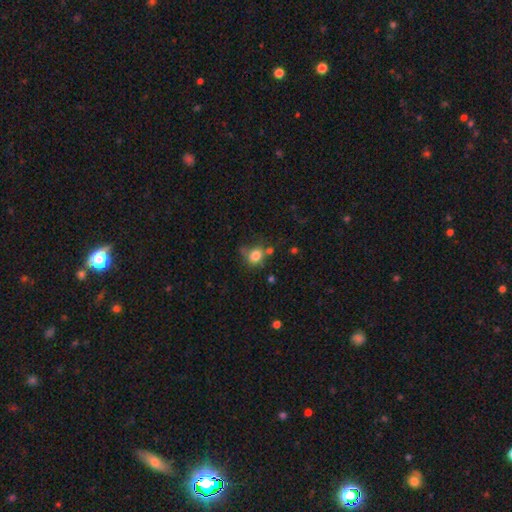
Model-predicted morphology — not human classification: Overall: smooth (80%). How rounded: round (76%). Merging: none (58%; minor disturbance 20%).